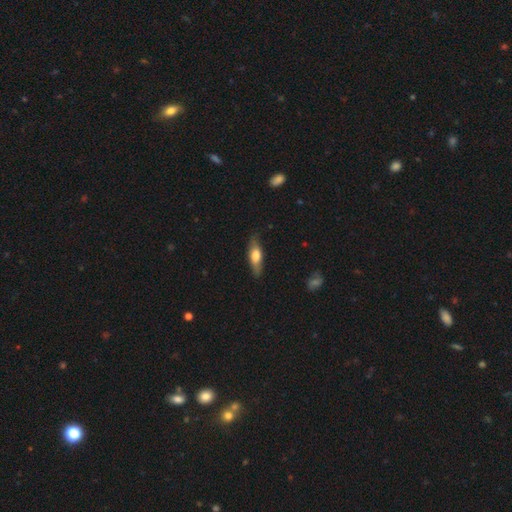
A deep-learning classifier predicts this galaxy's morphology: Smooth or featured? smooth (57%)
How rounded? cigar-shaped (49%)
Merging? none (80%)